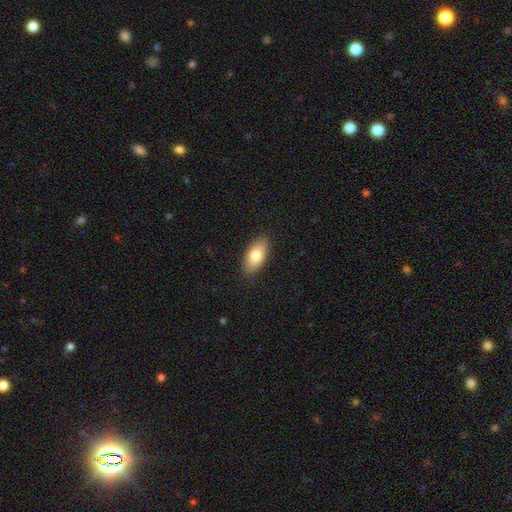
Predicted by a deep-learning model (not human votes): Q: Smooth or featured?
A: smooth (78%); runner-up: featured or disk (16%)
Q: How rounded?
A: in between (90%); runner-up: cigar-shaped (7%)
Q: Merging?
A: none (88%); runner-up: minor disturbance (9%)